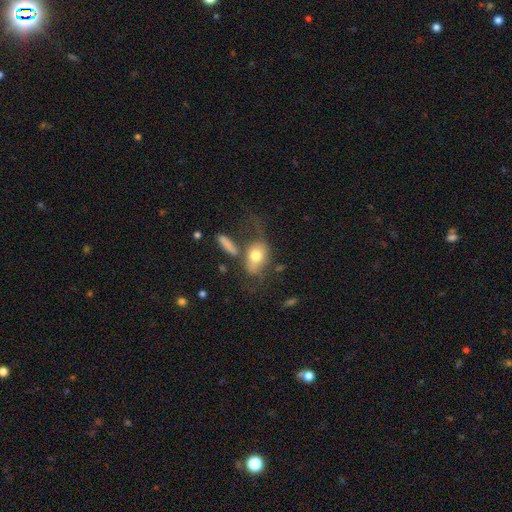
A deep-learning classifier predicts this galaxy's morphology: This appears to be a smooth galaxy with no disk features (66%) that is in between round and cigar-shaped (76%). Merging: none (32%).